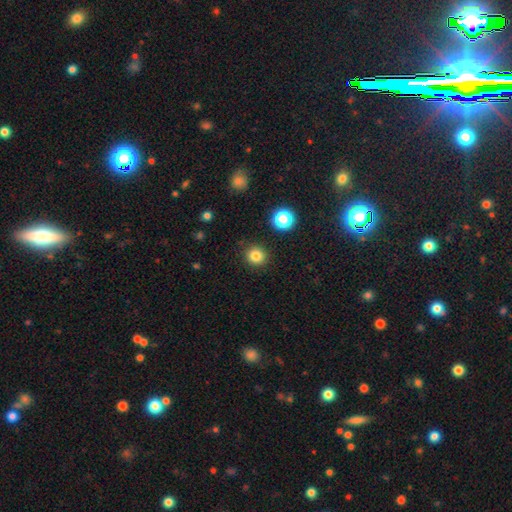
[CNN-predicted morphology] Smooth or featured?
  - smooth: 82% *
  - star or artifact: 13%
  - featured or disk: 5%
How rounded?
  - round: 90% *
  - in between: 9%
  - cigar-shaped: 1%
Merging?
  - none: 90% *
  - minor disturbance: 6%
  - major disturbance: 2%
  - merger: 2%